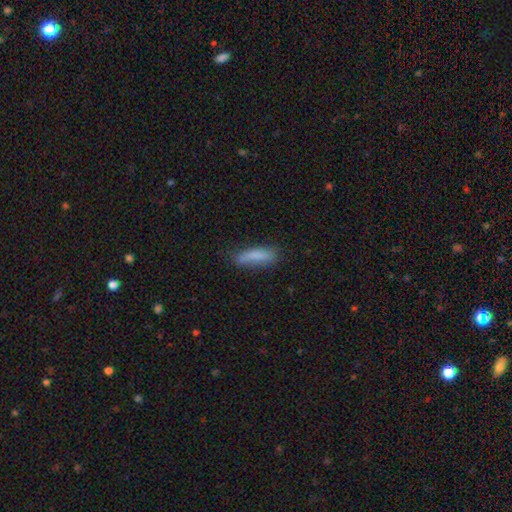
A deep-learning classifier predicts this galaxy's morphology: Smooth or featured? Predicted: smooth (p=0.80). How rounded? Predicted: cigar-shaped (p=0.65). Merging? Predicted: none (p=0.61).